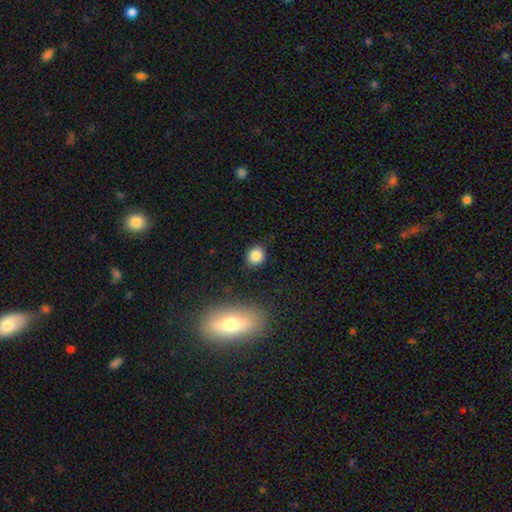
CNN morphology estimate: smooth-or-featured: smooth: 85% | star or artifact: 10% | featured or disk: 5%
  how-rounded: round: 74% | in between: 24% | cigar-shaped: 1%
  merging: none: 85% | minor disturbance: 10% | major disturbance: 3% | merger: 2%